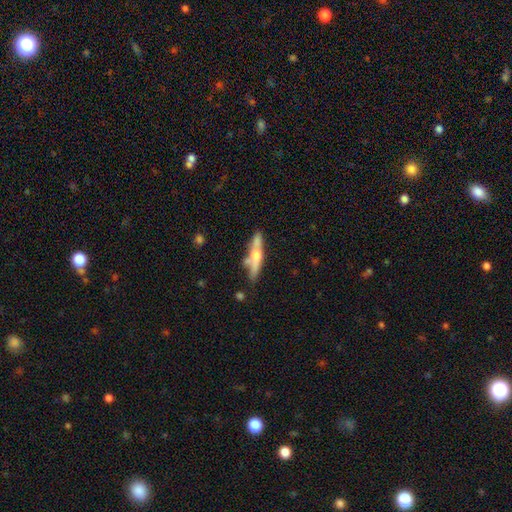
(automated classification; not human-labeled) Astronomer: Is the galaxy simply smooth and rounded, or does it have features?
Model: featured or disk — 56% (runner-up: smooth, 38%).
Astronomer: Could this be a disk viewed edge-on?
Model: yes — 89%.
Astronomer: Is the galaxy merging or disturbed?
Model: none — 61%.